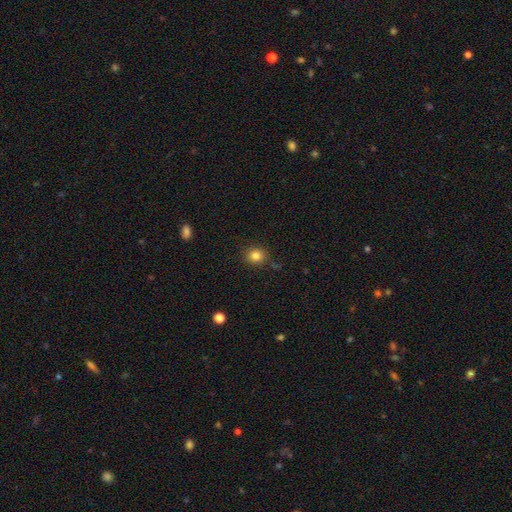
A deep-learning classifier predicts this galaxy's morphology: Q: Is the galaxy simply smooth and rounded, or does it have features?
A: smooth — 84%.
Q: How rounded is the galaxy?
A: round — 79%.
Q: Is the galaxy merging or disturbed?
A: none — 83%.